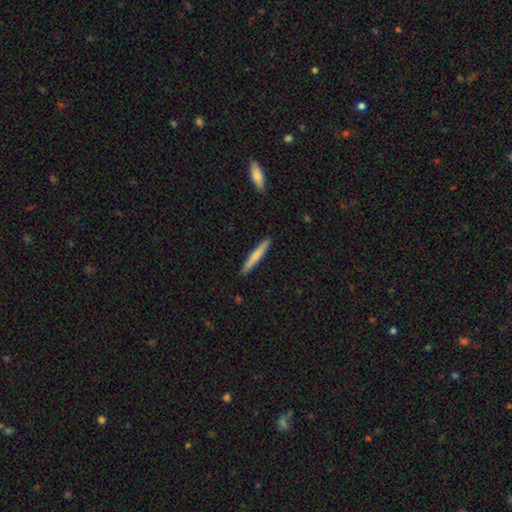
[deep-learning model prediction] Overall: smooth (70%). How rounded: cigar-shaped (96%). Merging: none (92%).